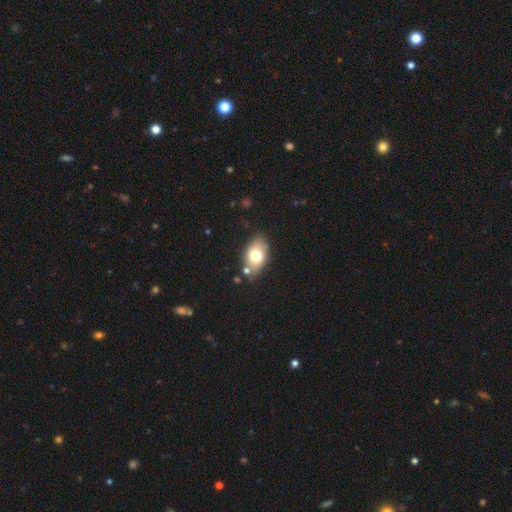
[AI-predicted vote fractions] smooth_or_featured: smooth (p=0.72) [alt: featured or disk p=0.19]
how_rounded: in between (p=0.85) [alt: round p=0.13]
merging: none (p=0.74) [alt: minor disturbance p=0.15]